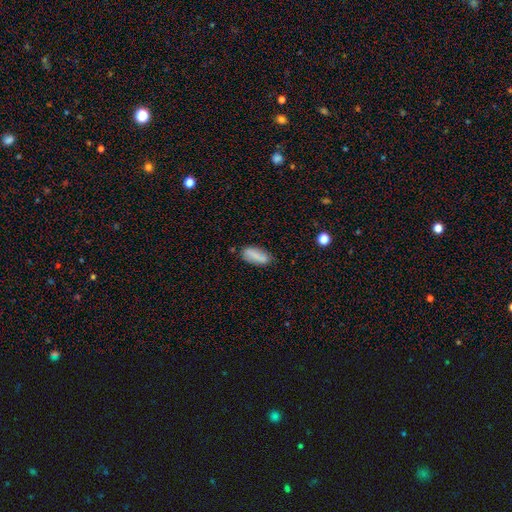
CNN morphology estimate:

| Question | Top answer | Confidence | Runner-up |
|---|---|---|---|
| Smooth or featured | smooth | 79% | featured or disk (13%) |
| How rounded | in between | 79% | cigar-shaped (18%) |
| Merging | none | 77% | minor disturbance (16%) |